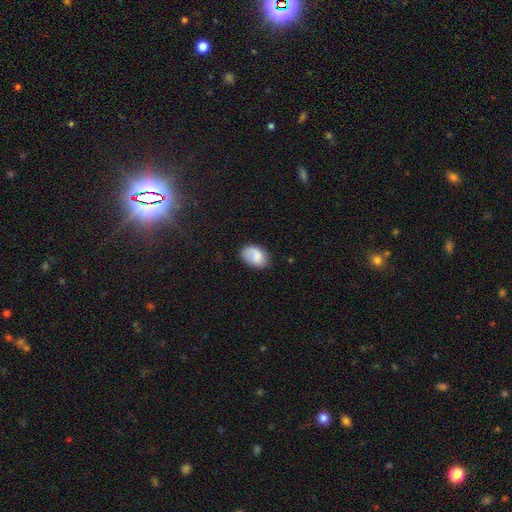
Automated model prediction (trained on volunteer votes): smooth-or-featured: smooth: 79% | featured or disk: 14% | star or artifact: 7%
  how-rounded: in between: 82% | round: 17% | cigar-shaped: 1%
  merging: none: 67% | minor disturbance: 23% | major disturbance: 8% | merger: 2%